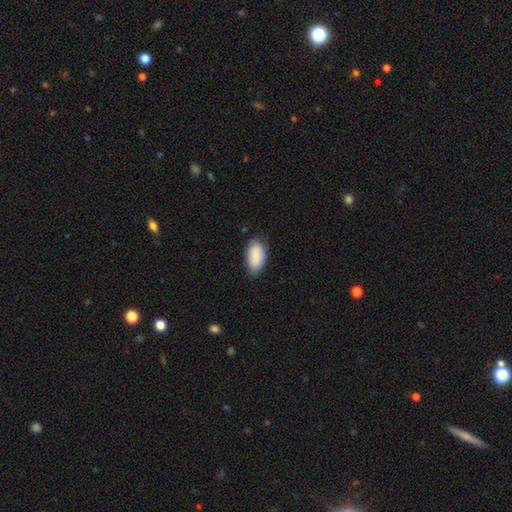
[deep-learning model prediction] The model was most divided on "merging": none: 73%, minor disturbance: 22%, major disturbance: 4%, merger: 1%. More confident: how rounded — in between (94%); smooth or featured — smooth (89%).